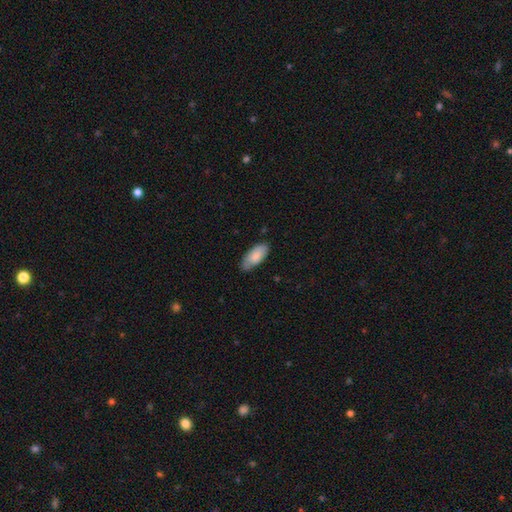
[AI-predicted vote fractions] Q: Smooth or featured?
A: smooth (81%); runner-up: featured or disk (13%)
Q: How rounded?
A: in between (89%); runner-up: cigar-shaped (9%)
Q: Merging?
A: none (70%); runner-up: minor disturbance (25%)